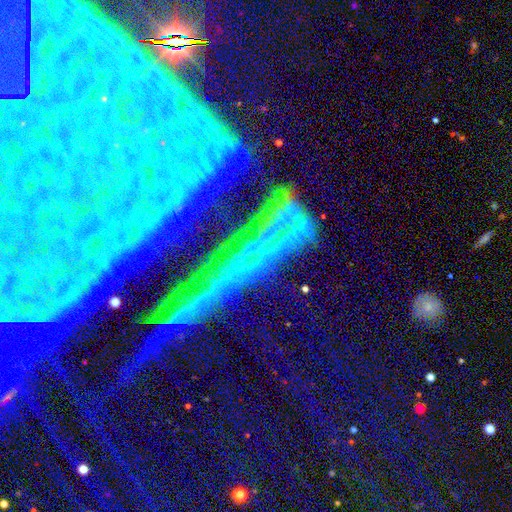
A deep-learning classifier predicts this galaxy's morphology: The model was most divided on "smooth or featured": star or artifact: 69%, featured or disk: 18%, smooth: 13%.